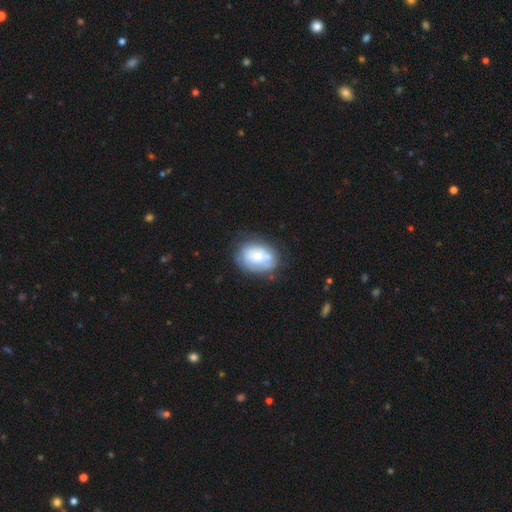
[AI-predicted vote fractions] smooth_or_featured: smooth (p=0.50) [alt: featured or disk p=0.42]
how_rounded: in between (p=0.69) [alt: round p=0.29]
merging: none (p=0.59) [alt: minor disturbance p=0.24]